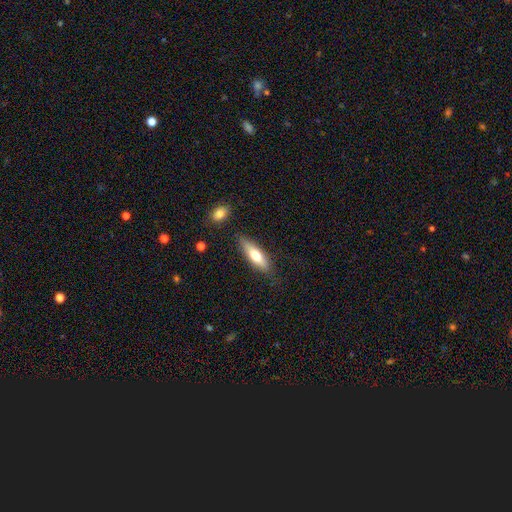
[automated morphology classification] Smooth or featured: smooth — 64% (featured or disk — 30%)
How rounded: cigar-shaped — 56% (in between — 42%)
Merging: none — 80% (minor disturbance — 14%)